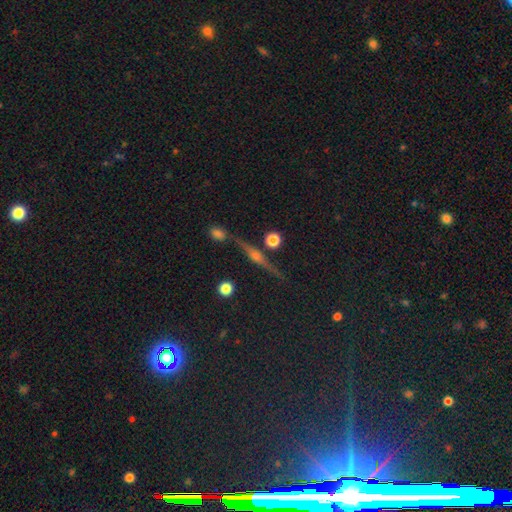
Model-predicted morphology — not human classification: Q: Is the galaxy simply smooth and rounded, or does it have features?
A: featured or disk — 73%.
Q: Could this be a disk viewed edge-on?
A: yes — 95%.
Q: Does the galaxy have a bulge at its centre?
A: rounded — 83%.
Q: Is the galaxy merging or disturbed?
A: none — 80%.